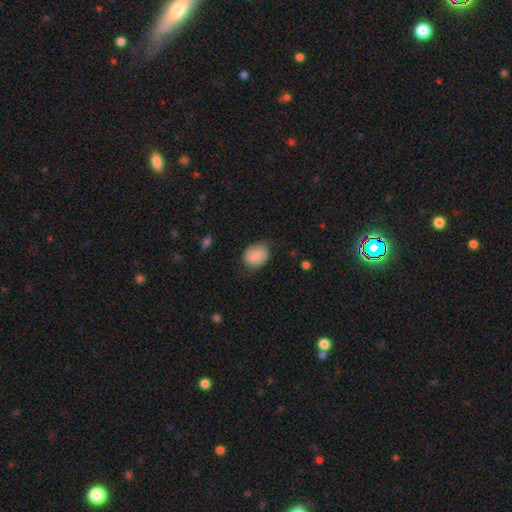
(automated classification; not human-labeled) The model was most divided on "how rounded": in between: 50%, round: 49%, cigar-shaped: 1%. More confident: merging — none (67%); smooth or featured — smooth (64%).